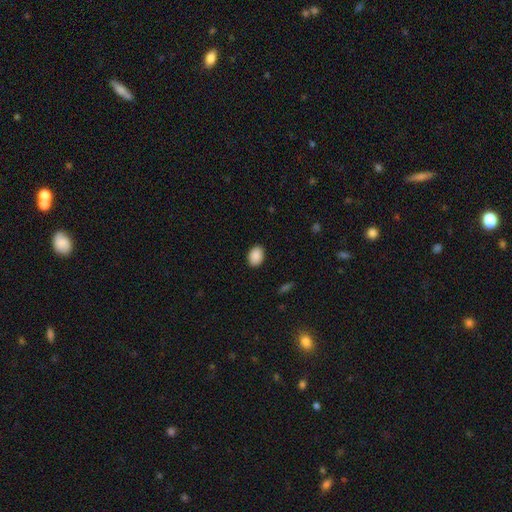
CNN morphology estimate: Smooth or featured: smooth — 90% (star or artifact — 7%)
How rounded: in between — 79% (round — 20%)
Merging: none — 89% (minor disturbance — 8%)